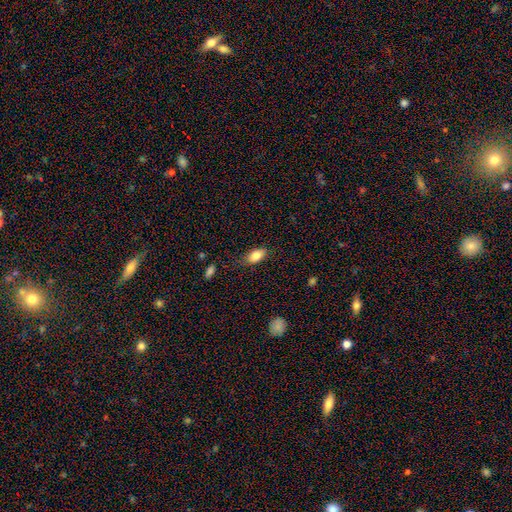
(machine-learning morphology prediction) smooth-or-featured: smooth: 83% | featured or disk: 9% | star or artifact: 8%
  how-rounded: in between: 87% | round: 7% | cigar-shaped: 6%
  merging: none: 76% | minor disturbance: 18% | major disturbance: 4% | merger: 1%